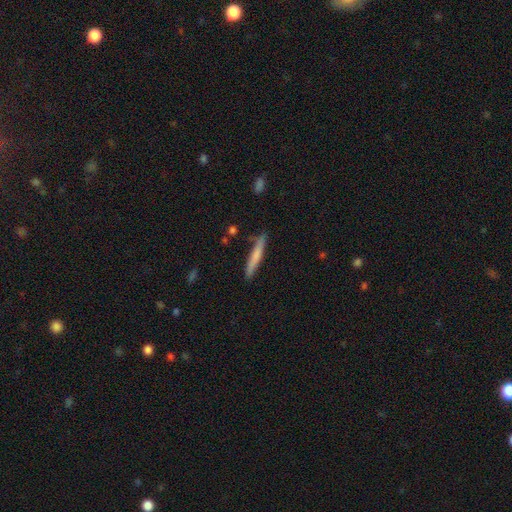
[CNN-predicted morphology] This is likely a smooth galaxy (65%). How rounded: clearly cigar-shaped (95%). Merging: clearly none (84%).